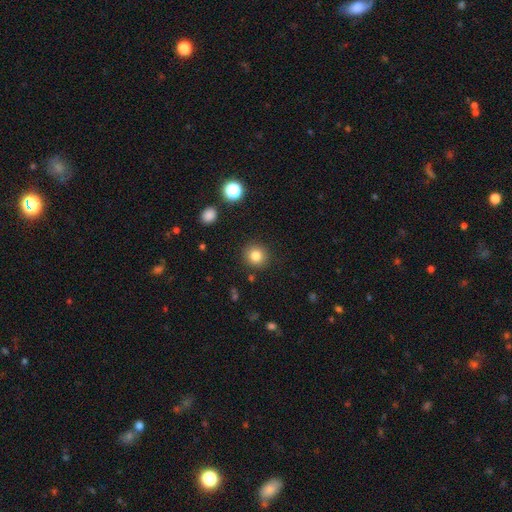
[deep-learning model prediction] This is clearly a smooth galaxy (82%). How rounded: clearly round (90%). Merging: clearly none (90%).